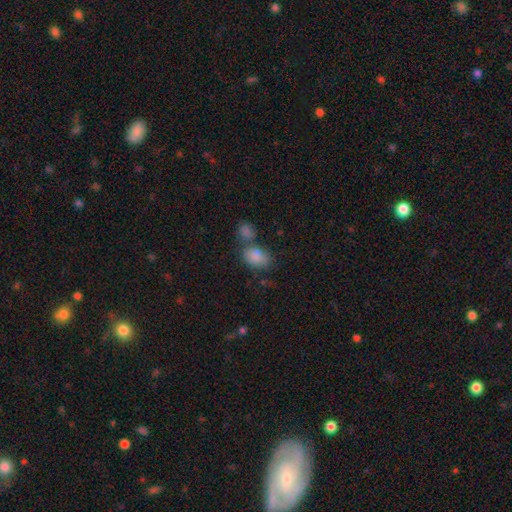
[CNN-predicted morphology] Overall: smooth (84%). How rounded: in between (80%). Merging: none (43%; merger 35%).